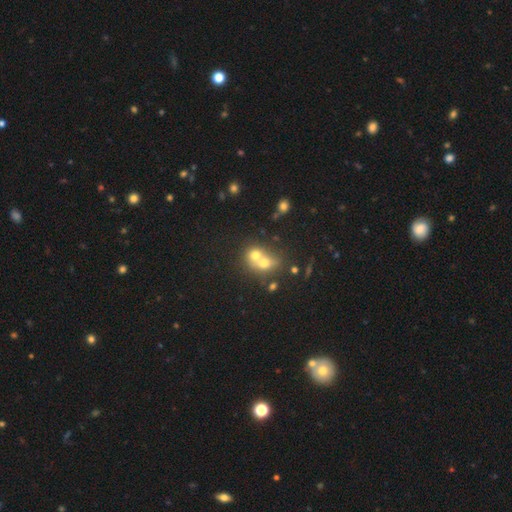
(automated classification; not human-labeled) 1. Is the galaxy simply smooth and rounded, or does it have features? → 66% smooth, 21% featured or disk, 13% star or artifact.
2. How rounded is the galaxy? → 67% round, 32% in between, 1% cigar-shaped.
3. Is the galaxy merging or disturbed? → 69% merger, 22% none, 5% minor disturbance, 3% major disturbance.